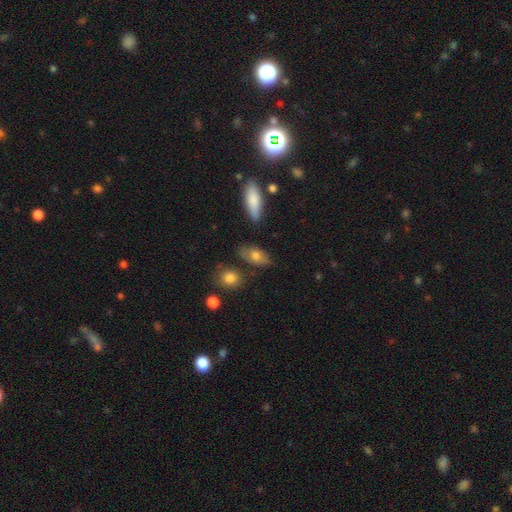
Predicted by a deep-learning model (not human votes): Morphology: type=smooth (72%); roundness=in between (84%); merging=none (72%).